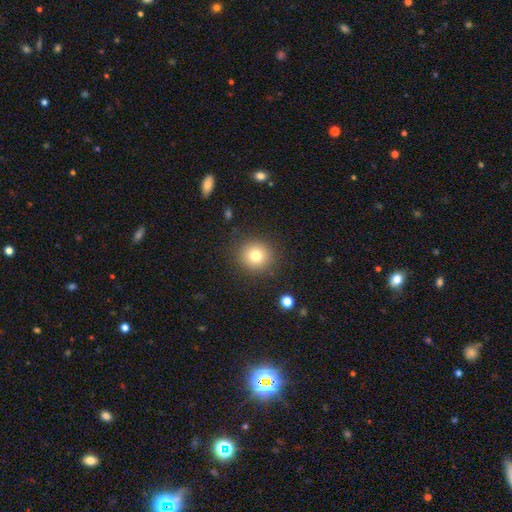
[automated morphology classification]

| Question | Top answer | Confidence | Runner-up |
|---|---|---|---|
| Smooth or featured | smooth | 77% | star or artifact (13%) |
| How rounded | round | 92% | in between (7%) |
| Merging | none | 88% | minor disturbance (7%) |